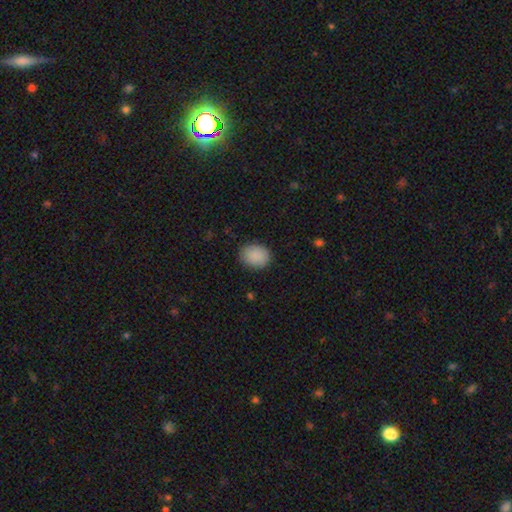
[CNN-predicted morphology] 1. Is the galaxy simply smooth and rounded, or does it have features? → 89% smooth, 7% star or artifact, 3% featured or disk.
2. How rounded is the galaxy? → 54% in between, 45% round, 1% cigar-shaped.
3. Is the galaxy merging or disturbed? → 85% none, 11% minor disturbance, 3% major disturbance, 1% merger.